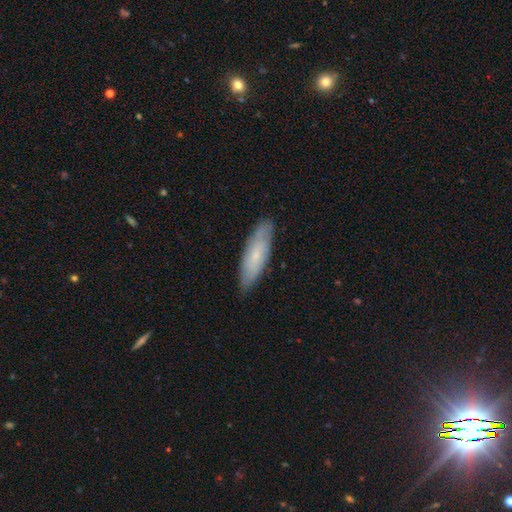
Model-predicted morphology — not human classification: Smooth or featured? Predicted: smooth (p=0.49). Merging? Predicted: none (p=0.82).